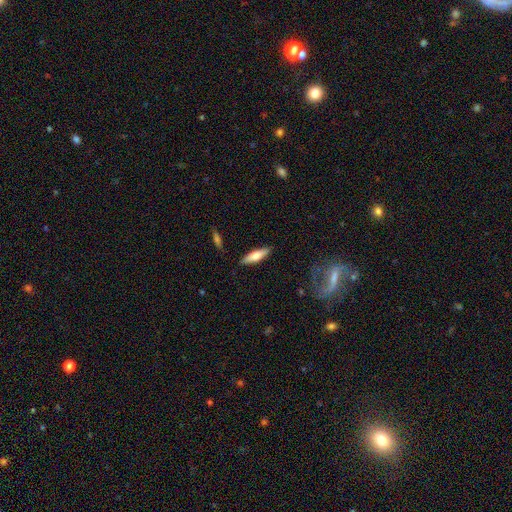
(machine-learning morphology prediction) Q: Smooth or featured?
A: smooth (61%); runner-up: featured or disk (33%)
Q: How rounded?
A: cigar-shaped (60%); runner-up: in between (38%)
Q: Merging?
A: none (87%); runner-up: minor disturbance (9%)